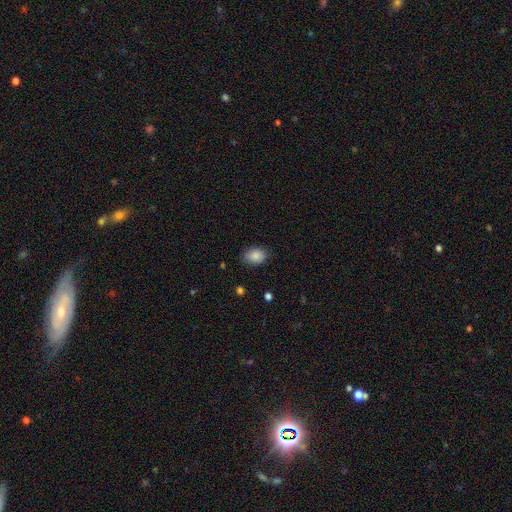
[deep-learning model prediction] Smooth or featured? smooth (87%)
How rounded? in between (72%)
Merging? none (82%)